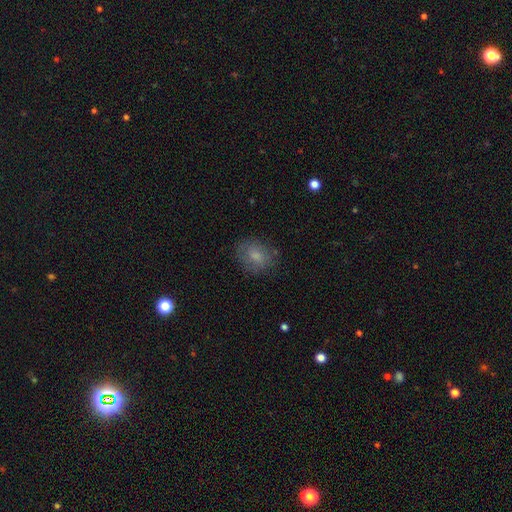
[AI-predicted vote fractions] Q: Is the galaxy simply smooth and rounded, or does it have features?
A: smooth — 75%.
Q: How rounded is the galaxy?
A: round — 52%.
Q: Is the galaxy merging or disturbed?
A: none — 75%.